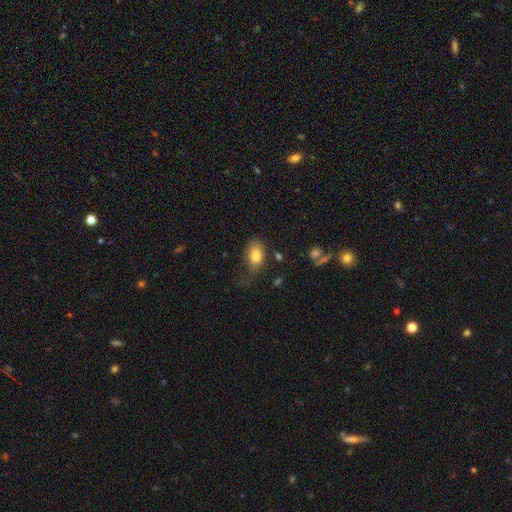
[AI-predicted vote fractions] Smooth or featured? smooth (82%)
How rounded? in between (87%)
Merging? none (50%)